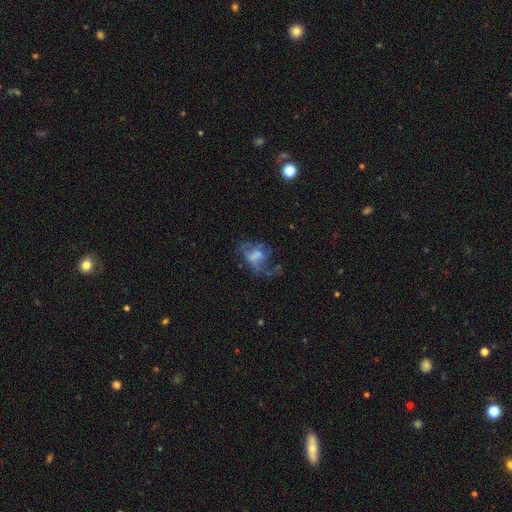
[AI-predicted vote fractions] Morphology: type=featured or disk (54%); edge-on=no (97%); bar=no (60%); spiral arms=no (58%); bulge=none (41%); merging=major disturbance (47%).